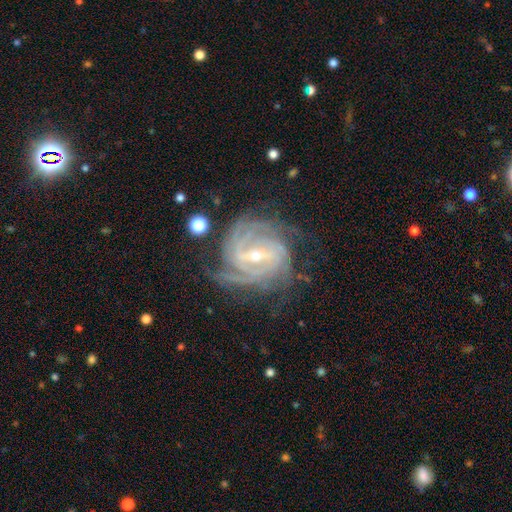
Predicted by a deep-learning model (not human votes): Q: Smooth or featured?
A: featured or disk (92%); runner-up: star or artifact (5%)
Q: Edge-on disk?
A: no (97%); runner-up: yes (3%)
Q: Bar?
A: strong (47%); runner-up: weak (40%)
Q: Spiral arms?
A: yes (98%); runner-up: no (2%)
Q: Spiral winding?
A: tight (67%); runner-up: medium (29%)
Q: Spiral arm count?
A: 4 (33%); runner-up: 3 (25%)
Q: Bulge size?
A: small (66%); runner-up: moderate (31%)
Q: Merging?
A: none (70%); runner-up: minor disturbance (18%)